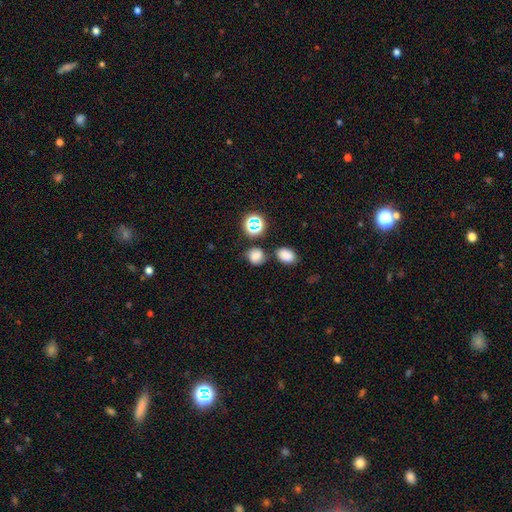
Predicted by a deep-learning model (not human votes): smooth 74%, star or artifact 18%, featured or disk 8%. Down the decision tree: how rounded — round (67%); merging — none (68%).